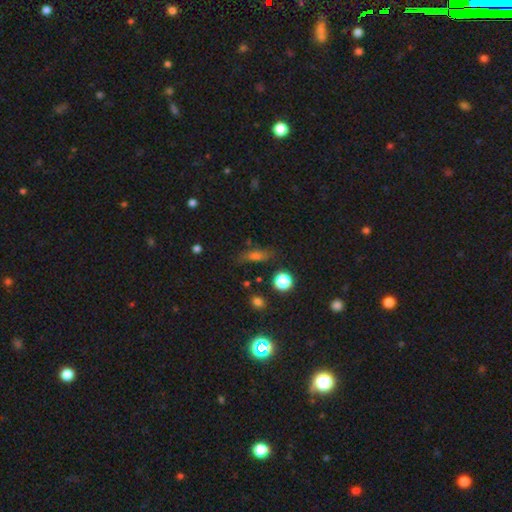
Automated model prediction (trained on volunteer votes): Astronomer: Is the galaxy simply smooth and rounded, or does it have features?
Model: smooth — 58%.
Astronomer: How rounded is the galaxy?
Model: in between — 51% (runner-up: cigar-shaped, 35%).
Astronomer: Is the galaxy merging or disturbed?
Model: none — 72%.